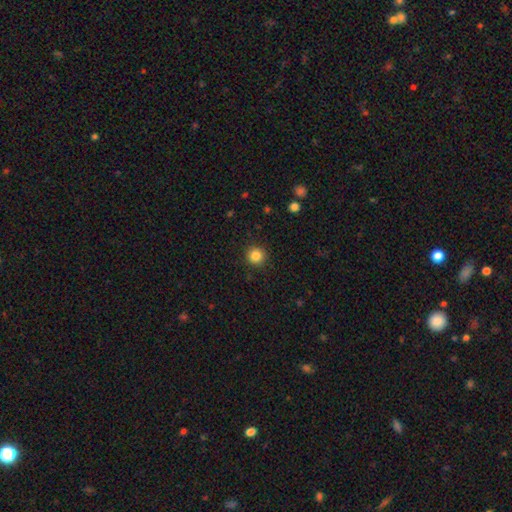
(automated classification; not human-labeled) Smooth or featured?
  - smooth: 84% *
  - star or artifact: 11%
  - featured or disk: 4%
How rounded?
  - round: 95% *
  - in between: 4%
  - cigar-shaped: 1%
Merging?
  - none: 92% *
  - minor disturbance: 5%
  - major disturbance: 2%
  - merger: 1%